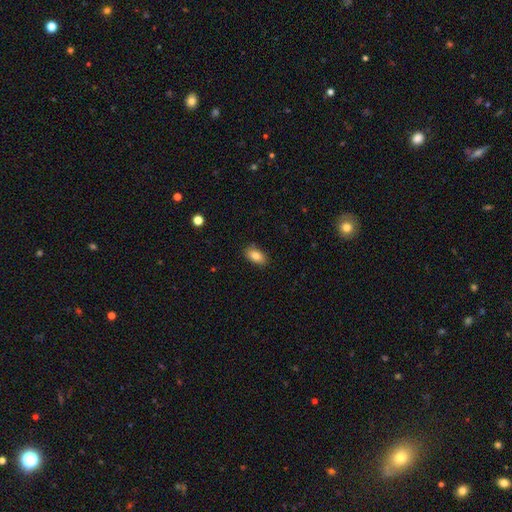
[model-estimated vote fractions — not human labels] A smooth galaxy with no disk features (83%) that is in between round and cigar-shaped (91%). Merging: none (87%).